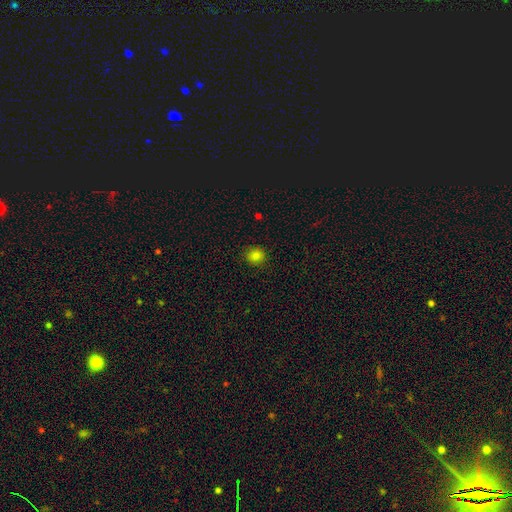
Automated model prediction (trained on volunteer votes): This appears to be a smooth galaxy with no disk features (81%) that is round (84%). Merging: none (90%).